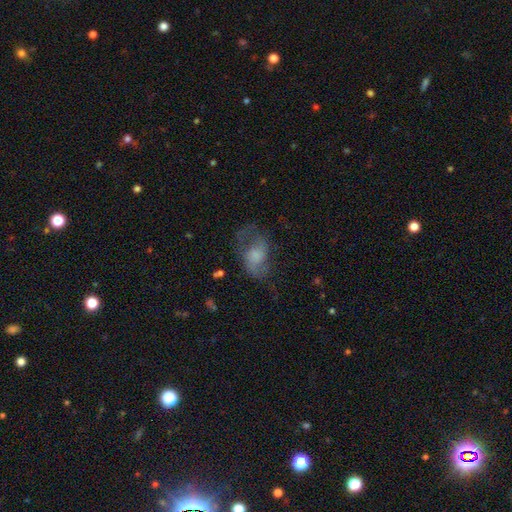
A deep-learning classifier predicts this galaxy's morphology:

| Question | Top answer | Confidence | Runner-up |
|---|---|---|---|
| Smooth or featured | featured or disk | 54% | smooth (36%) |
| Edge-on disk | no | 96% | yes (4%) |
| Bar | no | 66% | weak (29%) |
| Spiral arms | yes | 75% | no (25%) |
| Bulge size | moderate | 31% | small (26%) |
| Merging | none | 44% | major disturbance (30%) |